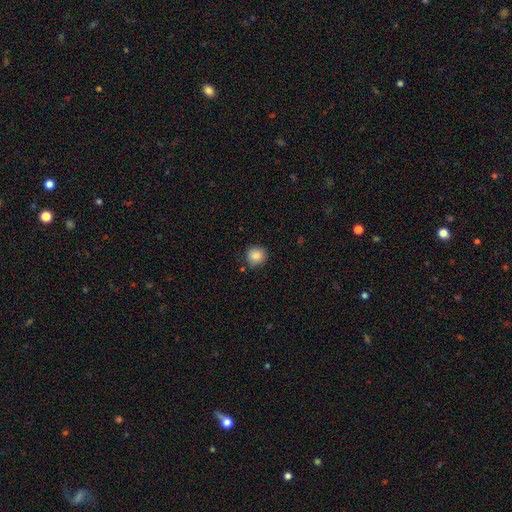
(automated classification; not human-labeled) Smooth or featured? smooth (87%)
How rounded? round (90%)
Merging? none (85%)